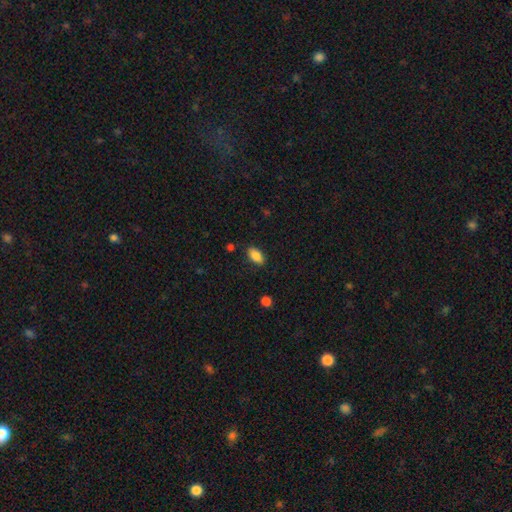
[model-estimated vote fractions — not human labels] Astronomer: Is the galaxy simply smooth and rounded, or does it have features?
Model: smooth — 85%.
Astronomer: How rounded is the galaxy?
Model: in between — 90%.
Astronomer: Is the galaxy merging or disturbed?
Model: none — 84%.